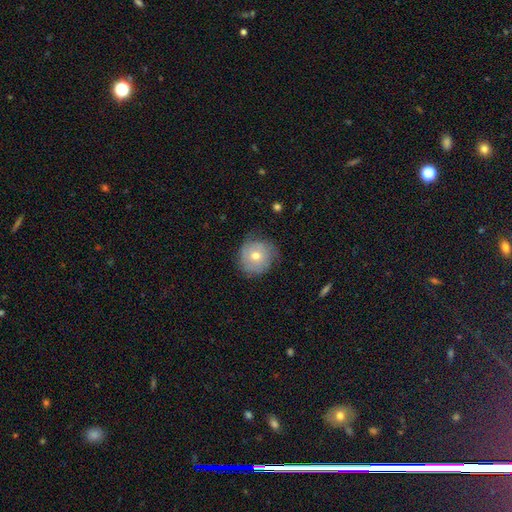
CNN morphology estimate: Smooth or featured? Predicted: smooth (p=0.57). How rounded? Predicted: round (p=0.89). Merging? Predicted: none (p=0.68).